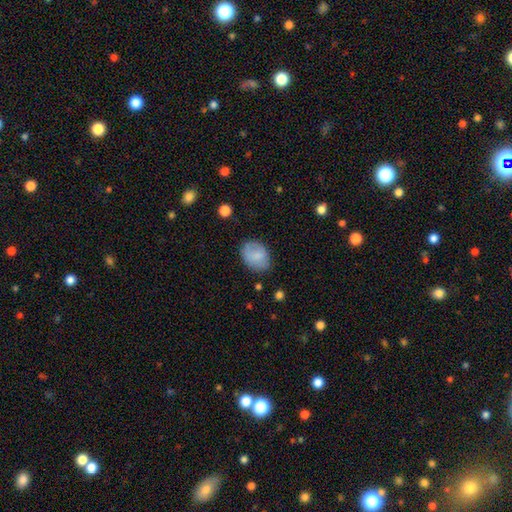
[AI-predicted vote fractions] Smooth or featured?
  - smooth: 78% *
  - featured or disk: 15%
  - star or artifact: 7%
How rounded?
  - in between: 69% *
  - round: 30%
  - cigar-shaped: 1%
Merging?
  - none: 74% *
  - minor disturbance: 19%
  - major disturbance: 5%
  - merger: 2%